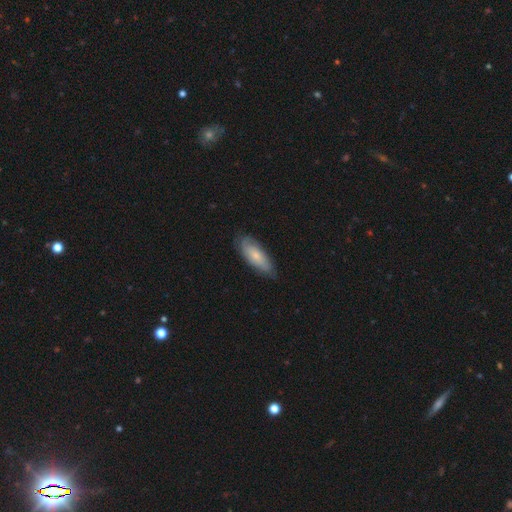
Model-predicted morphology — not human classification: Overall: smooth (65%; featured or disk 29%). How rounded: in between (68%; cigar-shaped 30%). Merging: none (73%).